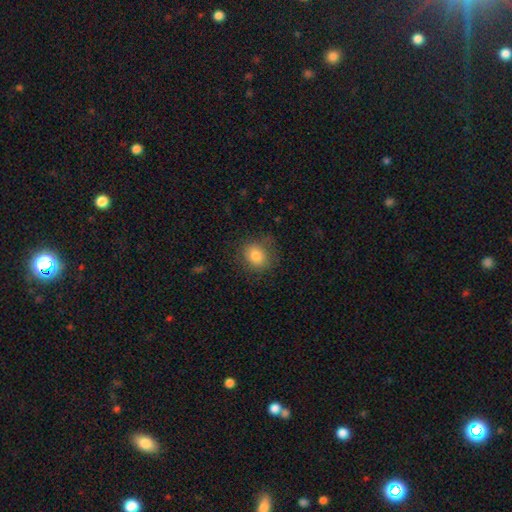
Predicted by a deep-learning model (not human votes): Smooth or featured: smooth — 81% (star or artifact — 10%)
How rounded: round — 68% (in between — 32%)
Merging: none — 76% (minor disturbance — 16%)